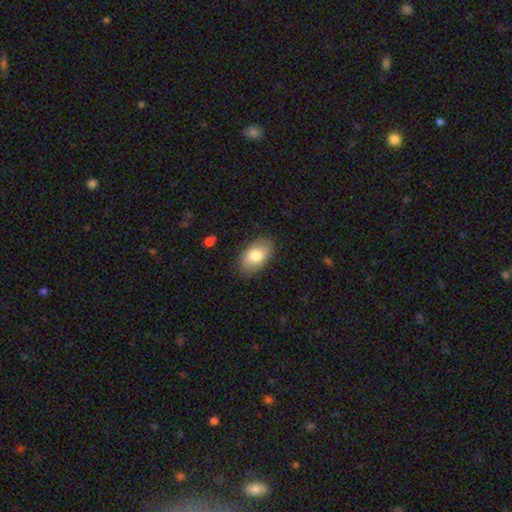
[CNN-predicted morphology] The model was most divided on "smooth or featured": smooth: 81%, featured or disk: 13%, star or artifact: 7%. More confident: how rounded — in between (92%); merging — none (85%).